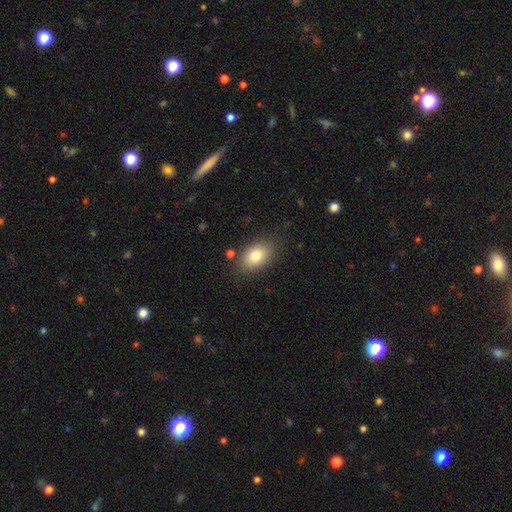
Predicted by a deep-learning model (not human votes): Smooth or featured? smooth (81%)
How rounded? in between (82%)
Merging? none (81%)